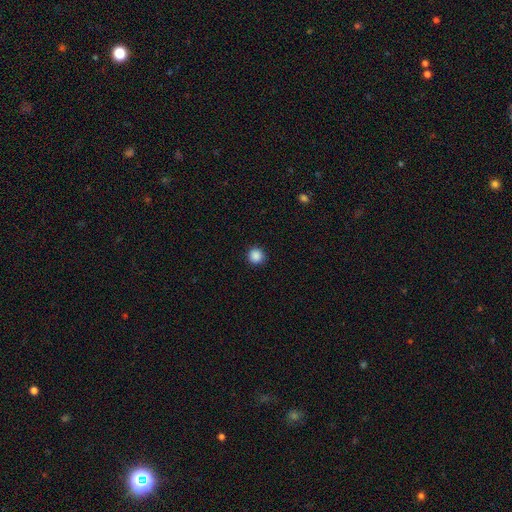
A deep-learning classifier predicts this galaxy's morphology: Smooth or featured? smooth (88%)
How rounded? round (95%)
Merging? none (92%)